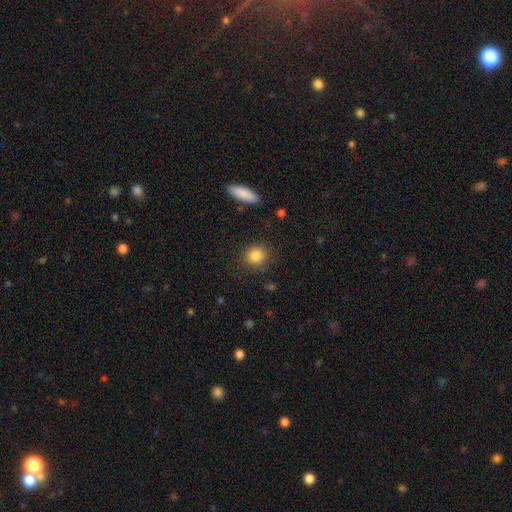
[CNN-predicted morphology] Q: Smooth or featured?
A: smooth (85%); runner-up: star or artifact (10%)
Q: How rounded?
A: round (82%); runner-up: in between (17%)
Q: Merging?
A: none (87%); runner-up: minor disturbance (8%)